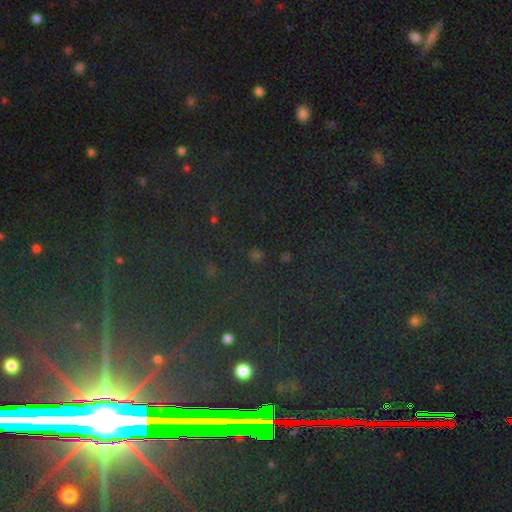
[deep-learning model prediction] This is likely a star or artifact rather than a galaxy (65%).